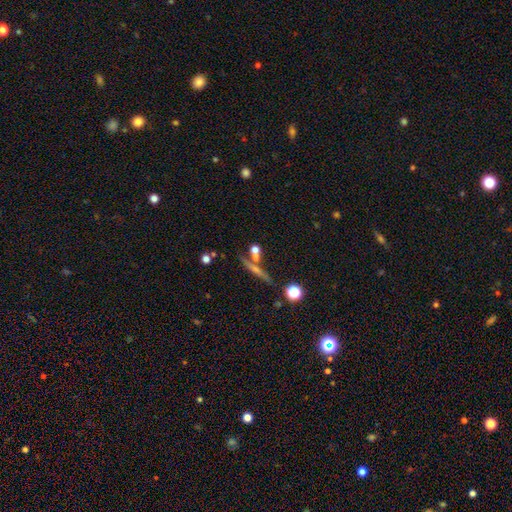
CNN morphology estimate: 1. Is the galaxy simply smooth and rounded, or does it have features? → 51% featured or disk, 28% smooth, 22% star or artifact.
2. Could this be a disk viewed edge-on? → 86% yes, 14% no.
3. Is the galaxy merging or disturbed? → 69% none, 16% merger, 9% minor disturbance, 6% major disturbance.